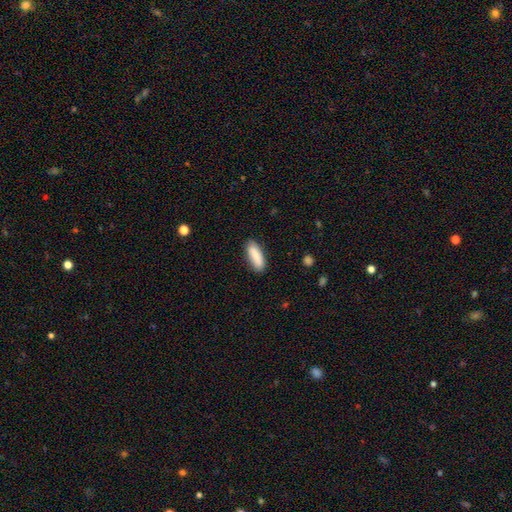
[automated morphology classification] Q: Smooth or featured?
A: smooth (87%); runner-up: featured or disk (7%)
Q: How rounded?
A: in between (56%); runner-up: cigar-shaped (42%)
Q: Merging?
A: none (84%); runner-up: minor disturbance (12%)